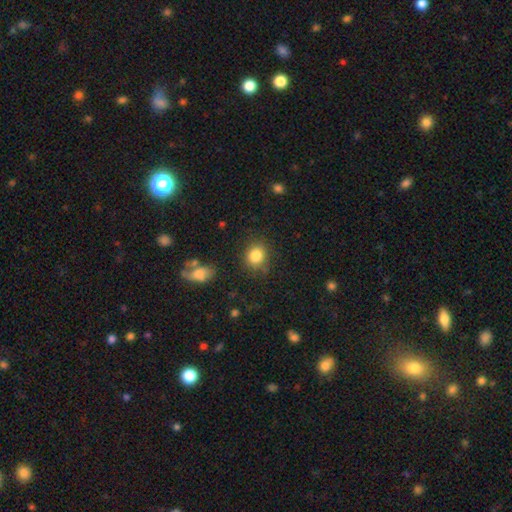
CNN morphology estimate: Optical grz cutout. It shows a smooth galaxy with no disk features (84%) that is round (73%). Merging: none (81%).